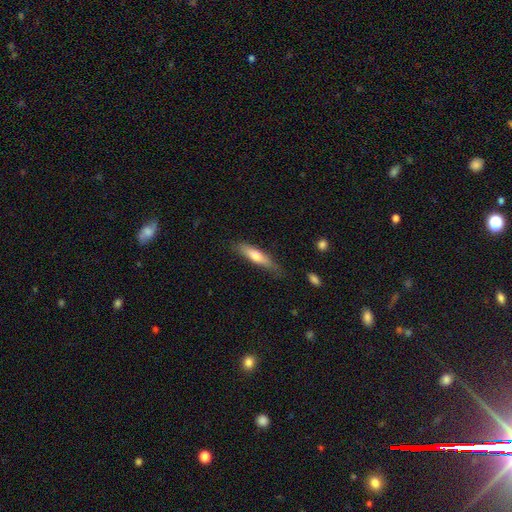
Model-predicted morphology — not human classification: Smooth or featured? Predicted: smooth (p=0.65). How rounded? Predicted: cigar-shaped (p=0.79). Merging? Predicted: none (p=0.74).